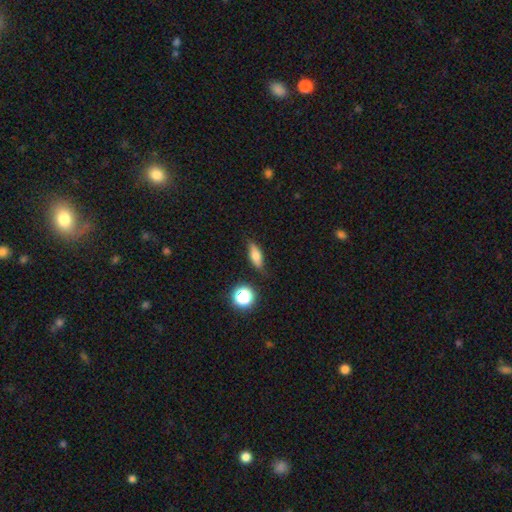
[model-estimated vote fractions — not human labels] This appears to be a smooth galaxy with no disk features (66%) that is in between round and cigar-shaped (59%). Merging: none (76%).